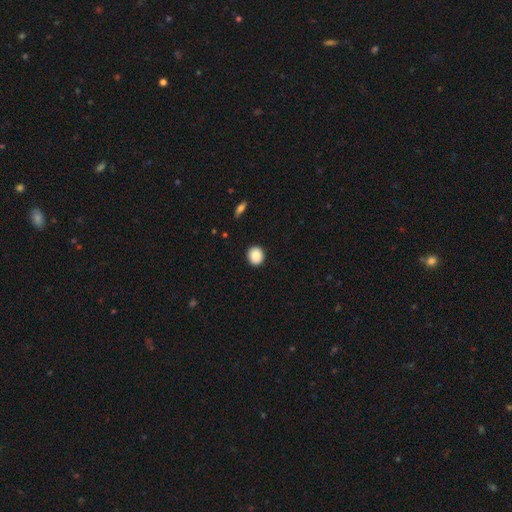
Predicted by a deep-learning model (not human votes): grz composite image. It shows a smooth galaxy with no disk features (87%) that is round (81%). Merging: none (91%).